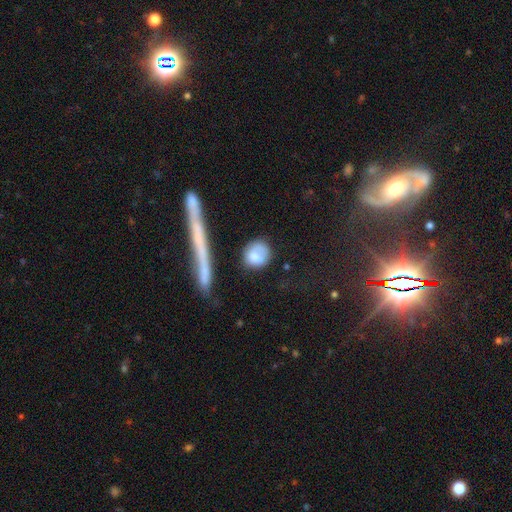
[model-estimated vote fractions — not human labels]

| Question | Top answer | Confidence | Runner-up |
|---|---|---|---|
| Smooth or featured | smooth | 78% | featured or disk (15%) |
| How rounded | round | 70% | in between (25%) |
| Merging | none | 62% | minor disturbance (21%) |